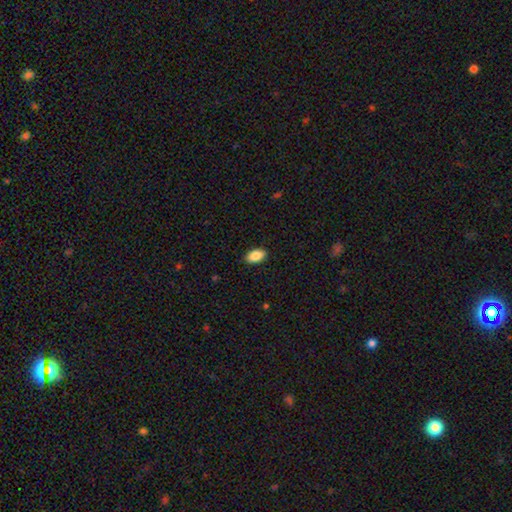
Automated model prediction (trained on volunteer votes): A smooth galaxy with no disk features (87%) that is in between round and cigar-shaped (94%).

Vote fractions:
- Smooth or featured? smooth: 87% / star or artifact: 7% / featured or disk: 6%
- How rounded? in between: 94% / round: 4% / cigar-shaped: 2%
- Merging? none: 89% / minor disturbance: 8% / major disturbance: 2% / merger: 1%